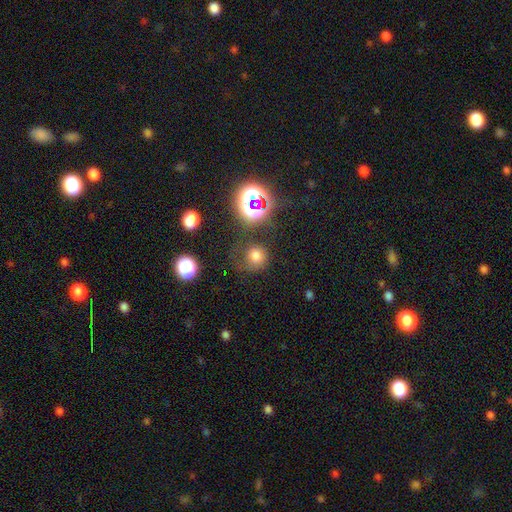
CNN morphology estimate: smooth 70%, star or artifact 20%, featured or disk 10%. Down the decision tree: how rounded — round (88%); merging — none (62%).